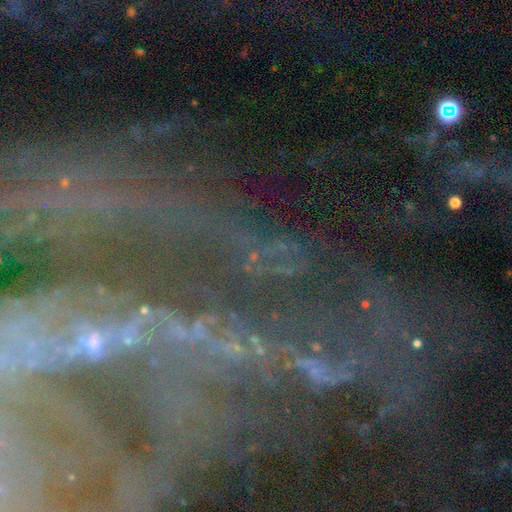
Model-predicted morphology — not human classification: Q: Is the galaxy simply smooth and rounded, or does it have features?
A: featured or disk — 54%.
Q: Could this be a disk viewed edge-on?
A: no — 89%.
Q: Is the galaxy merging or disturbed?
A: none — 66%.